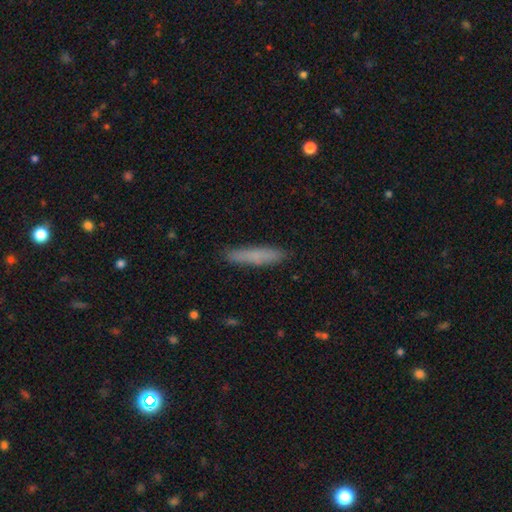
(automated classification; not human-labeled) Morphology: type=smooth (79%); roundness=cigar-shaped (90%); merging=none (89%).